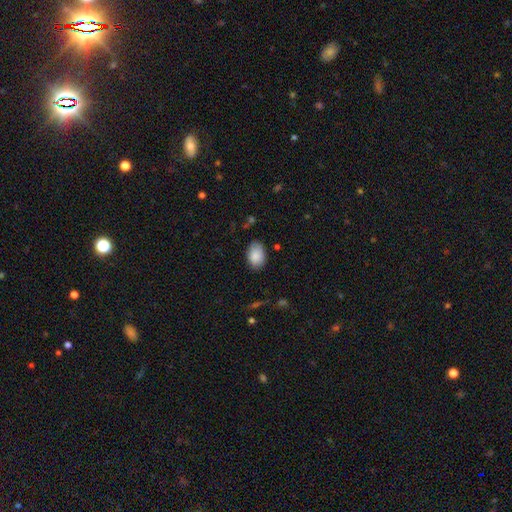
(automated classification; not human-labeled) Smooth or featured? smooth (88%)
How rounded? in between (88%)
Merging? none (81%)